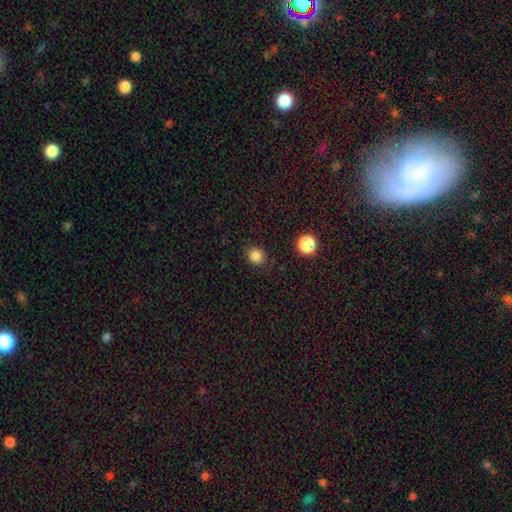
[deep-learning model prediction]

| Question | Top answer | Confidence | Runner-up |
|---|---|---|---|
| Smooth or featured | smooth | 84% | star or artifact (13%) |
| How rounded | round | 78% | in between (21%) |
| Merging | none | 84% | minor disturbance (11%) |